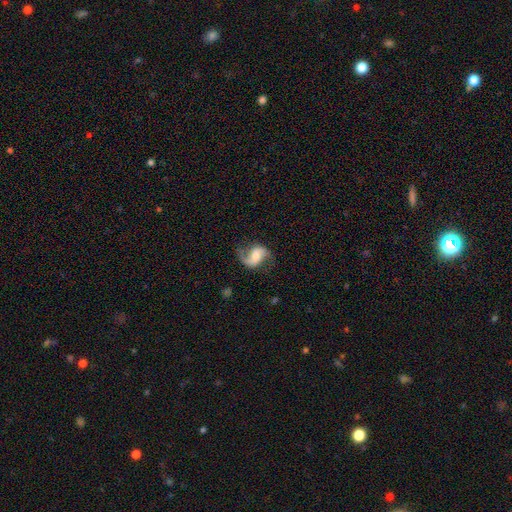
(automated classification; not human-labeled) Smooth or featured?
  - featured or disk: 83% *
  - smooth: 11%
  - star or artifact: 6%
Edge-on disk?
  - no: 98% *
  - yes: 2%
Bar?
  - no: 45% *
  - weak: 40%
  - strong: 15%
Spiral arms?
  - yes: 96% *
  - no: 4%
Spiral winding?
  - loose: 56% *
  - medium: 36%
  - tight: 8%
Spiral arm count?
  - 2: 85% *
  - 1: 10%
  - can't tell: 2%
  - 3: 1%
  - 4: 1%
  - more than 4: 1%
Bulge size?
  - moderate: 50% *
  - small: 32%
  - large: 10%
  - none: 7%
  - dominant: 2%
Merging?
  - none: 69% *
  - minor disturbance: 18%
  - major disturbance: 11%
  - merger: 2%